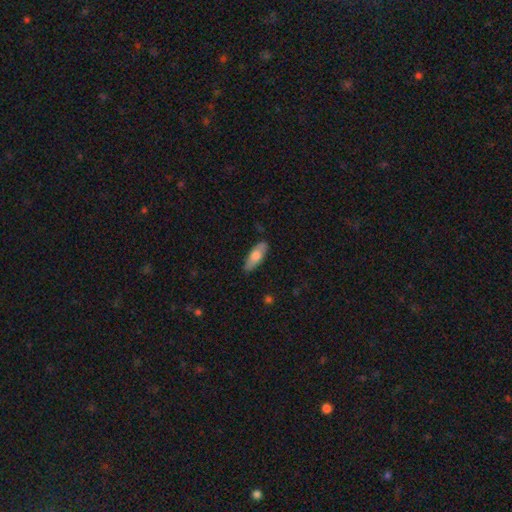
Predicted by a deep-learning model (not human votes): Smooth or featured? Predicted: smooth (p=0.68). How rounded? Predicted: in between (p=0.73). Merging? Predicted: none (p=0.85).